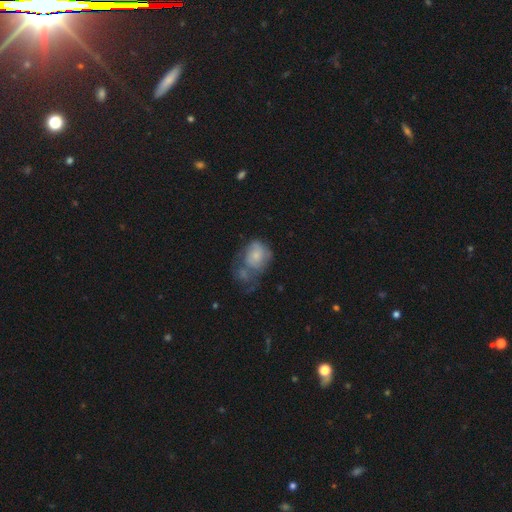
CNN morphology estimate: Smooth or featured?
  - smooth: 56% *
  - featured or disk: 36%
  - star or artifact: 8%
How rounded?
  - in between: 56% *
  - round: 43%
  - cigar-shaped: 1%
Merging?
  - merger: 37% *
  - major disturbance: 23%
  - none: 20%
  - minor disturbance: 20%